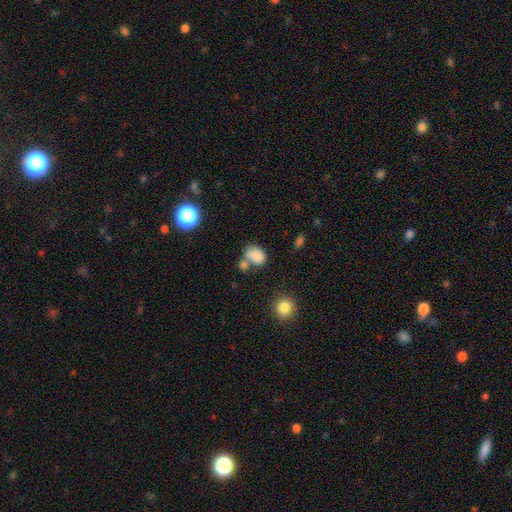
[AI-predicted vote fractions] Q: Smooth or featured?
A: smooth (81%); runner-up: star or artifact (10%)
Q: How rounded?
A: in between (74%); runner-up: round (25%)
Q: Merging?
A: none (38%); runner-up: merger (36%)